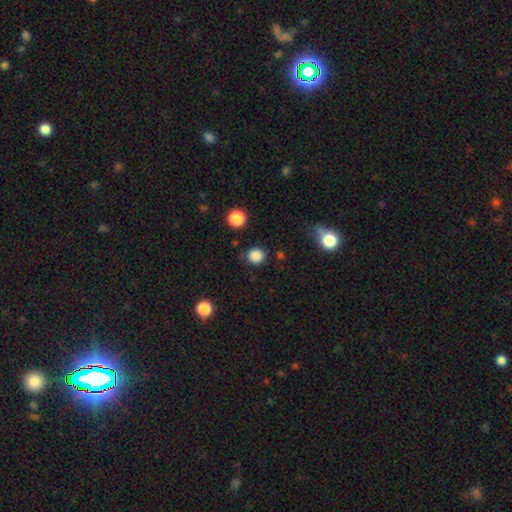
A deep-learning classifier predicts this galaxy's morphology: A smooth galaxy with no disk features (85%) that is round (91%).

Vote fractions:
- Smooth or featured? smooth: 85% / star or artifact: 11% / featured or disk: 3%
- How rounded? round: 91% / in between: 8% / cigar-shaped: 1%
- Merging? none: 86% / minor disturbance: 8% / major disturbance: 3% / merger: 2%